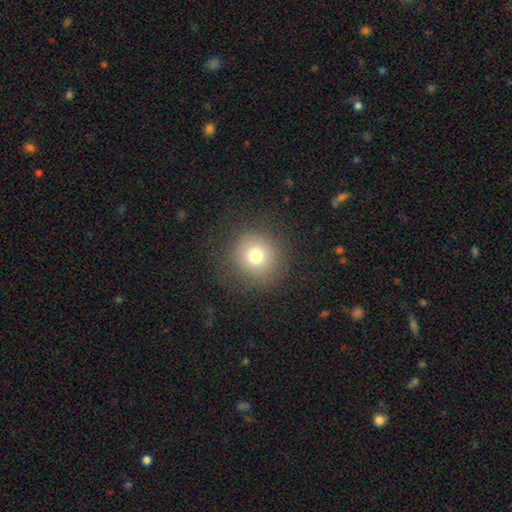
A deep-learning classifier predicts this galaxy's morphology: This is likely a smooth galaxy (74%). How rounded: clearly round (93%). Merging: clearly none (82%).